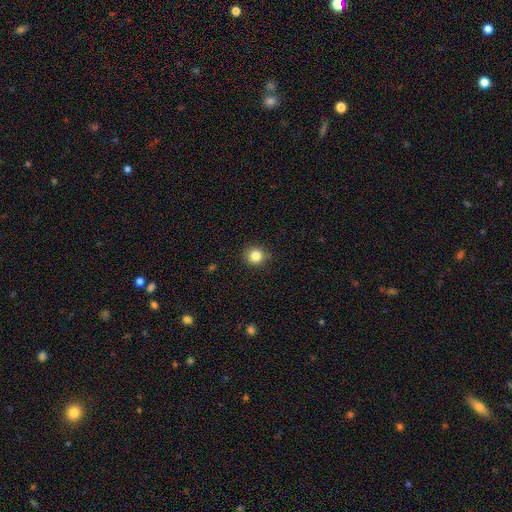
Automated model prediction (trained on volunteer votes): This is clearly a smooth galaxy (84%). How rounded: clearly round (88%). Merging: clearly none (88%).